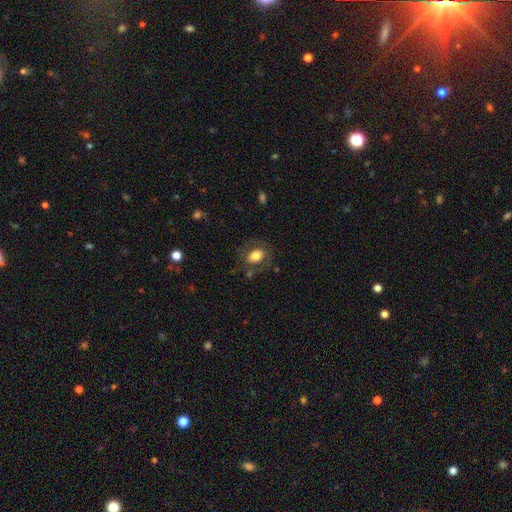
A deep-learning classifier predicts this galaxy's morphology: smooth-or-featured: smooth: 66% | featured or disk: 26% | star or artifact: 8%
  how-rounded: in between: 68% | round: 31% | cigar-shaped: 1%
  merging: none: 70% | minor disturbance: 16% | major disturbance: 11% | merger: 3%